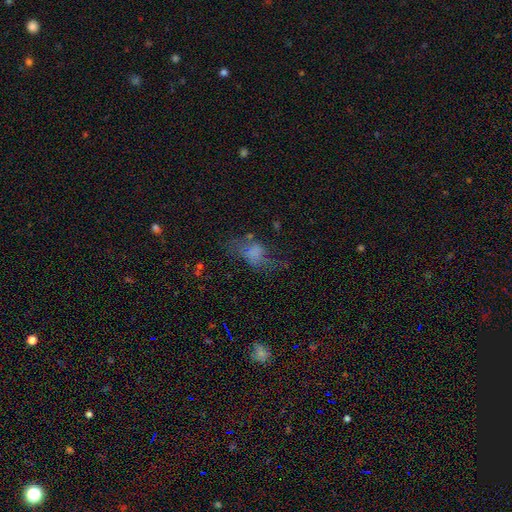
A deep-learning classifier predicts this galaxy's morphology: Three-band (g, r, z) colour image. It shows a smooth galaxy with no disk features (53%) that is in between round and cigar-shaped (77%). Merging: none (39%).